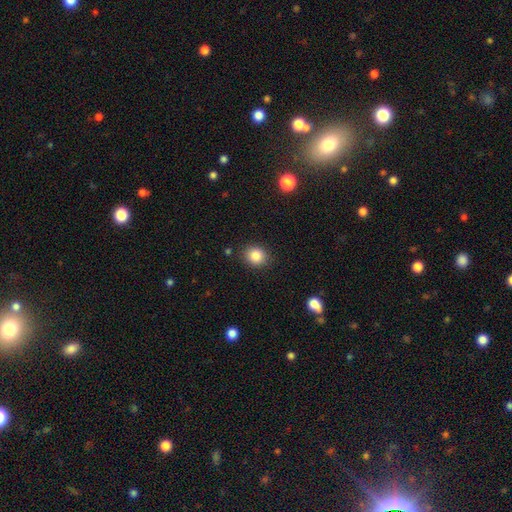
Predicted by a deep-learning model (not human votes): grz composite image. It shows a smooth galaxy with no disk features (85%) that is round (75%). Merging: none (87%).